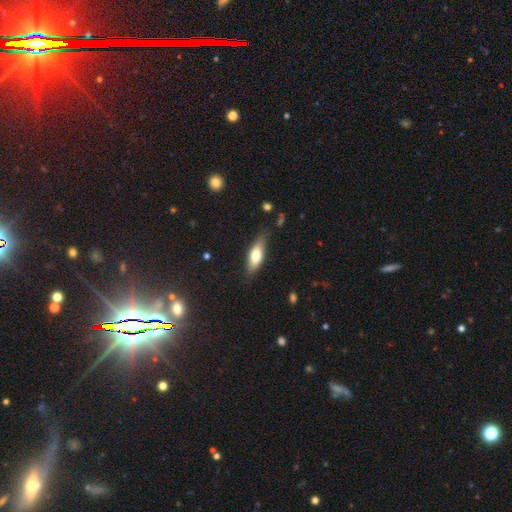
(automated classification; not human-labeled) This appears to be a smooth galaxy with no disk features (65%) that is in between round and cigar-shaped (60%). Merging: none (80%).